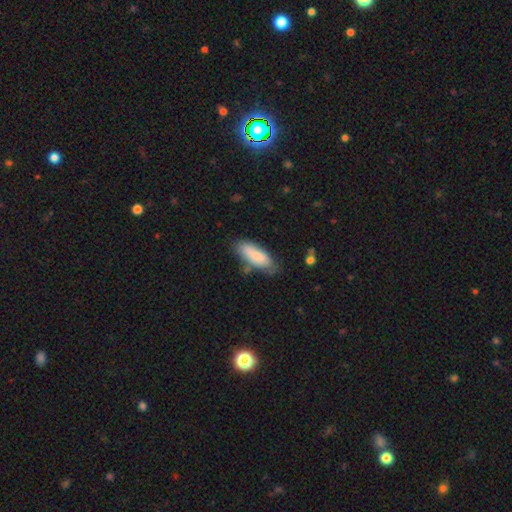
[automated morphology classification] The model was most divided on "merging": none: 63%, minor disturbance: 25%, major disturbance: 6%, merger: 6%. More confident: smooth or featured — smooth (81%); how rounded — in between (72%).